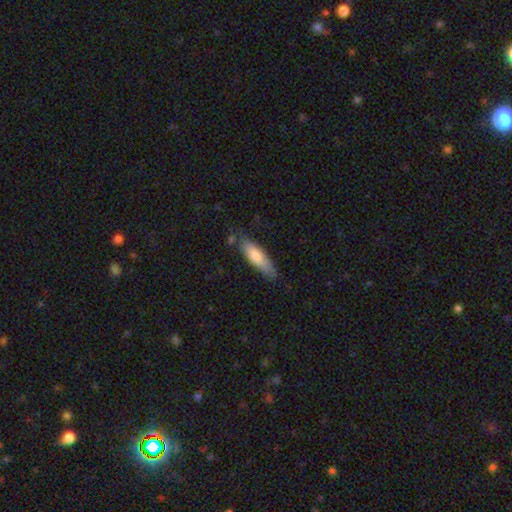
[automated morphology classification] Overall: smooth (77%). How rounded: cigar-shaped (61%; in between 38%). Merging: none (72%).